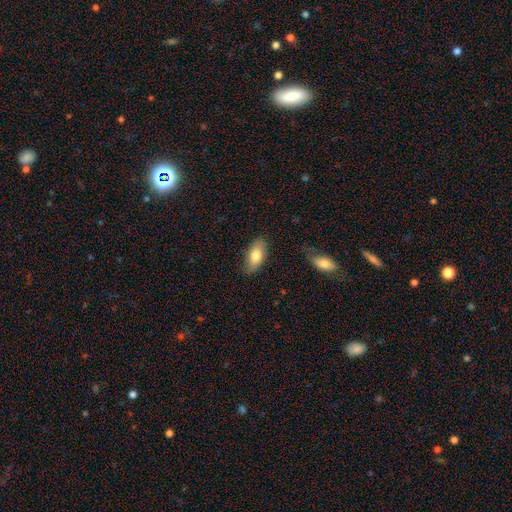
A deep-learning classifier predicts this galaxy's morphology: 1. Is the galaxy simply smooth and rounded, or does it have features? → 77% smooth, 17% featured or disk, 6% star or artifact.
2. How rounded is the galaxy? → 89% in between, 9% cigar-shaped, 3% round.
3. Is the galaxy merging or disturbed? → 80% none, 16% minor disturbance, 3% major disturbance, 2% merger.